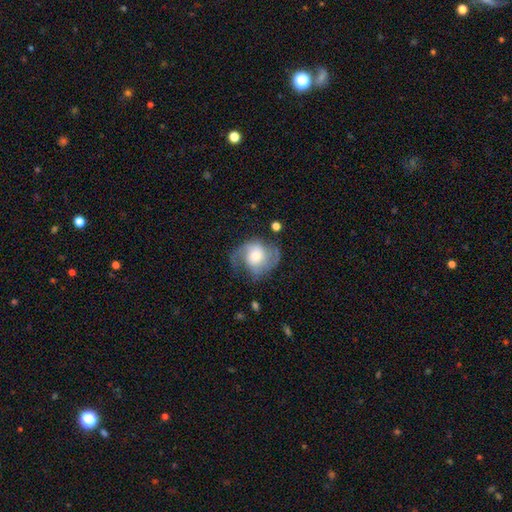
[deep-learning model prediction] Smooth or featured? Predicted: featured or disk (p=0.66). Edge-on disk? Predicted: no (p=0.97). Bar? Predicted: no (p=0.67). Spiral arms? Predicted: yes (p=0.88). Spiral winding? Predicted: medium (p=0.46). Spiral arm count? Predicted: 2 (p=0.64). Bulge size? Predicted: moderate (p=0.53). Merging? Predicted: none (p=0.52).